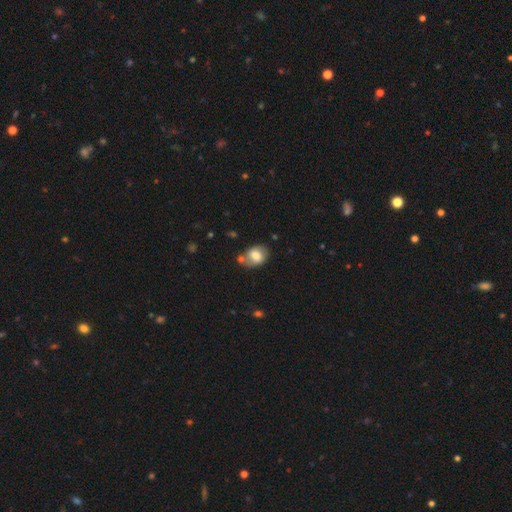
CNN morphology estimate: smooth 73%, featured or disk 18%, star or artifact 8%. Down the decision tree: how rounded — in between (57%); merging — none (60%).